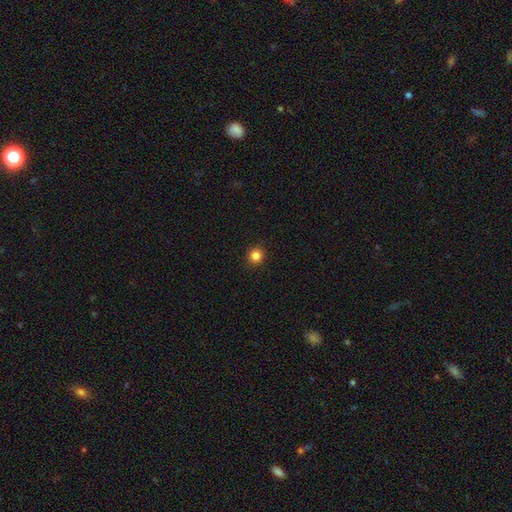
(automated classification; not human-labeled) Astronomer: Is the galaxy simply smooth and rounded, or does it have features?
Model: smooth — 85%.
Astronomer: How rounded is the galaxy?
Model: round — 93%.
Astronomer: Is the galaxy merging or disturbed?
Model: none — 93%.